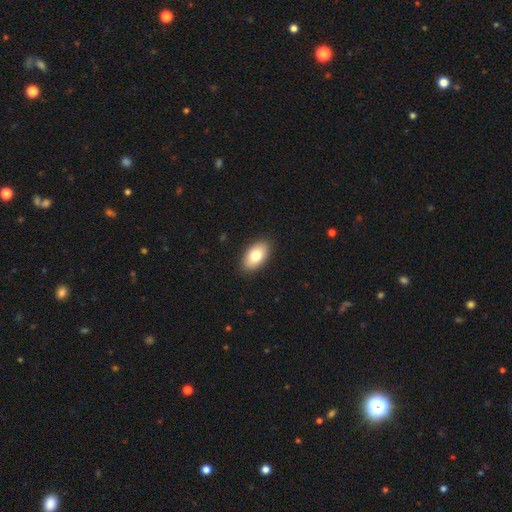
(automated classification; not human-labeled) Overall: smooth (79%). How rounded: in between (93%). Merging: none (89%).